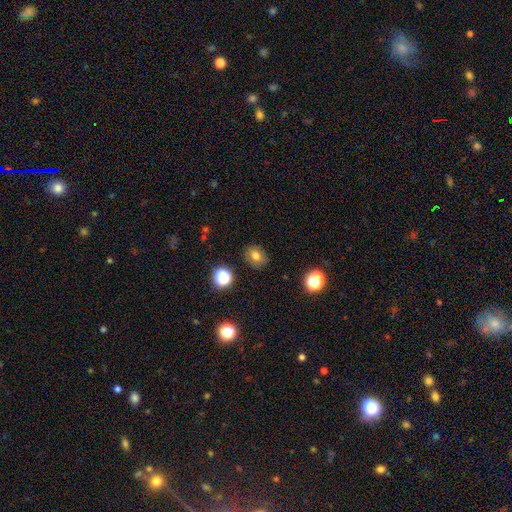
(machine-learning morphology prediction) This appears to be a smooth galaxy with no disk features (74%) that is round (56%). Merging: none (85%).